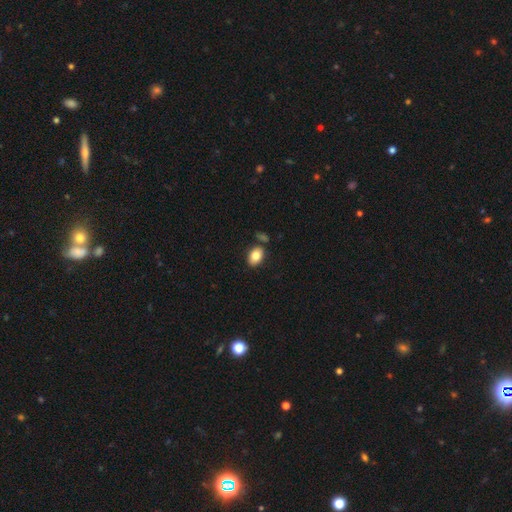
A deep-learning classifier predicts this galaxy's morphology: Overall: smooth (82%). How rounded: in between (83%). Merging: none (80%).